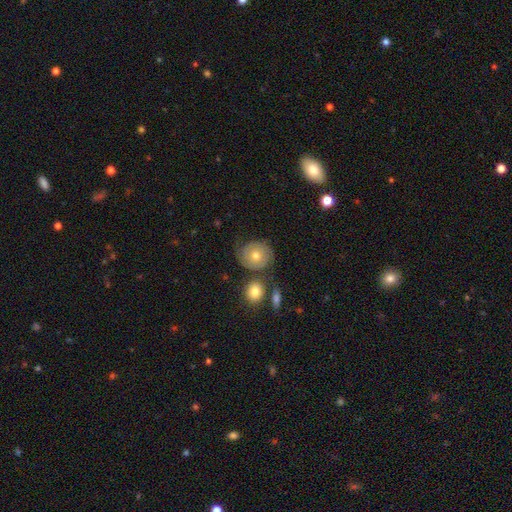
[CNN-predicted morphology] Smooth or featured?
  - featured or disk: 55% *
  - smooth: 37%
  - star or artifact: 8%
Edge-on disk?
  - no: 97% *
  - yes: 3%
Bar?
  - no: 83% *
  - weak: 14%
  - strong: 3%
Spiral arms?
  - yes: 84% *
  - no: 16%
Bulge size?
  - moderate: 68% *
  - small: 26%
  - large: 4%
  - none: 1%
  - dominant: 1%
Merging?
  - none: 68% *
  - minor disturbance: 17%
  - major disturbance: 7%
  - merger: 7%